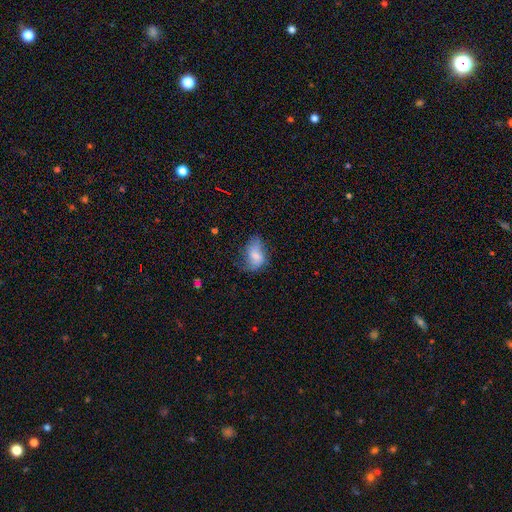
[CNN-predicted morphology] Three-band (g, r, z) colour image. It shows a smooth galaxy with no disk features (62%) that is in between round and cigar-shaped (84%). Merging: none (41%).